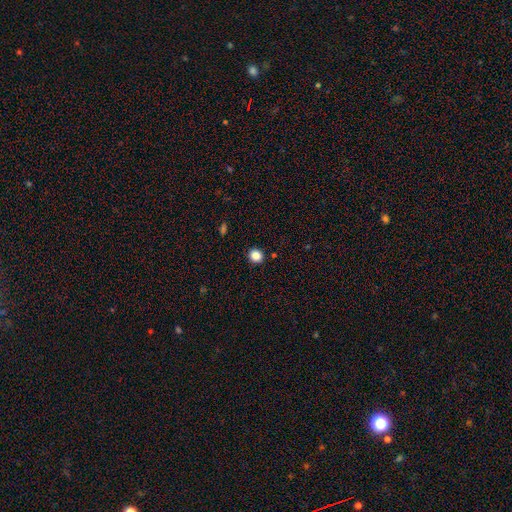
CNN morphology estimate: smooth_or_featured: smooth (p=0.85) [alt: star or artifact p=0.11]
how_rounded: round (p=0.88) [alt: in between p=0.11]
merging: none (p=0.91) [alt: minor disturbance p=0.06]